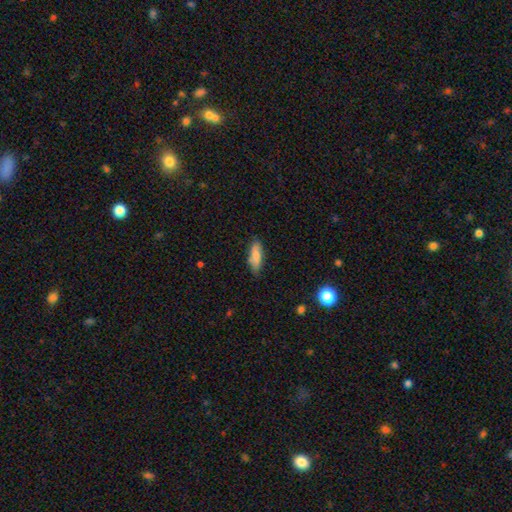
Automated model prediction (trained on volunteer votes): This appears to be a smooth galaxy with no disk features (78%) that is in between round and cigar-shaped (58%). Merging: none (79%).